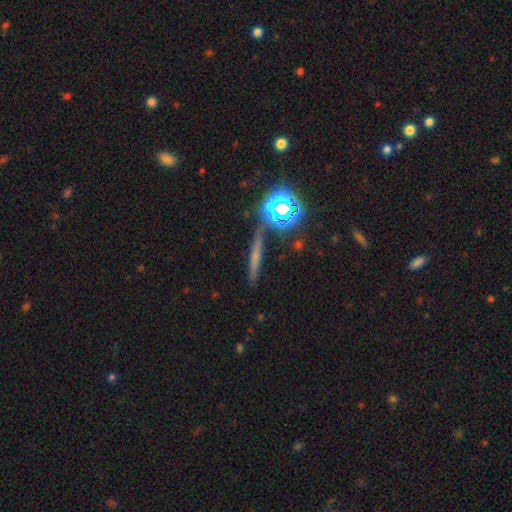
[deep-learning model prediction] A smooth galaxy with no disk features (45%).

Vote fractions:
- Smooth or featured? smooth: 45% / featured or disk: 30% / star or artifact: 25%
- Merging? none: 82% / minor disturbance: 10% / merger: 4% / major disturbance: 3%